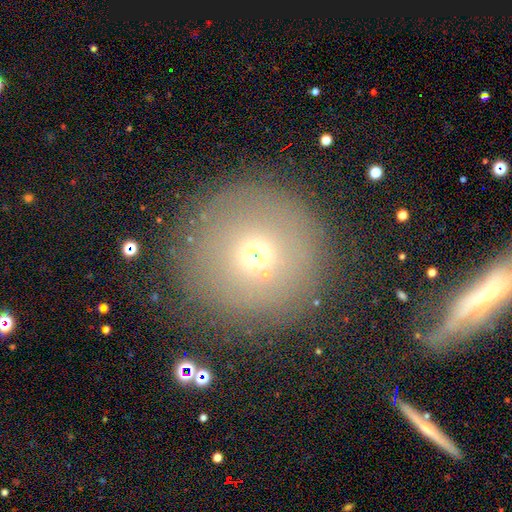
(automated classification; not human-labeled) smooth-or-featured: smooth: 60% | star or artifact: 22% | featured or disk: 18%
  how-rounded: round: 94% | in between: 5% | cigar-shaped: 1%
  merging: none: 81% | minor disturbance: 10% | major disturbance: 5% | merger: 4%